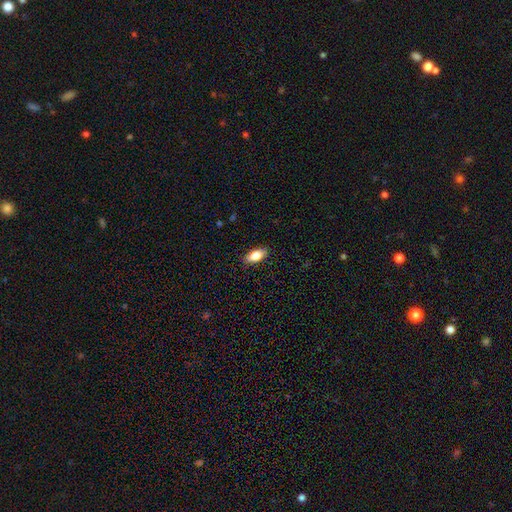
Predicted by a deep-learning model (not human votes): Overall: smooth (81%). How rounded: in between (87%). Merging: none (88%).